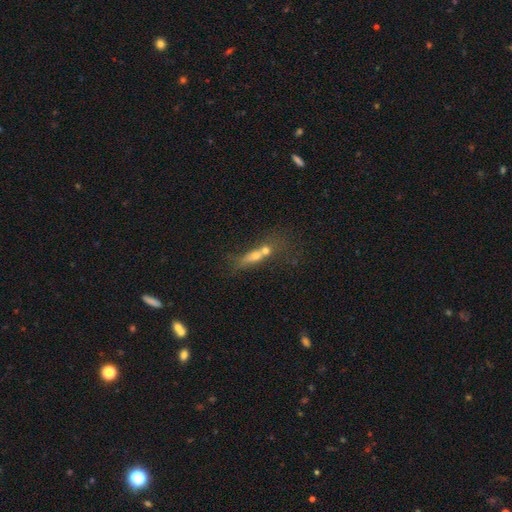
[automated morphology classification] Smooth or featured: smooth — 48% (featured or disk — 36%)
Merging: merger — 51% (none — 27%)